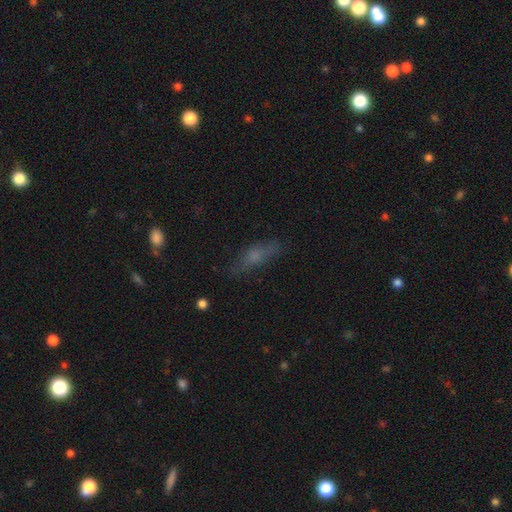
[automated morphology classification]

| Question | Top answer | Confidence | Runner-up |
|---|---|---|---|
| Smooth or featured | smooth | 54% | featured or disk (31%) |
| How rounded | cigar-shaped | 51% | in between (45%) |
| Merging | none | 71% | minor disturbance (19%) |